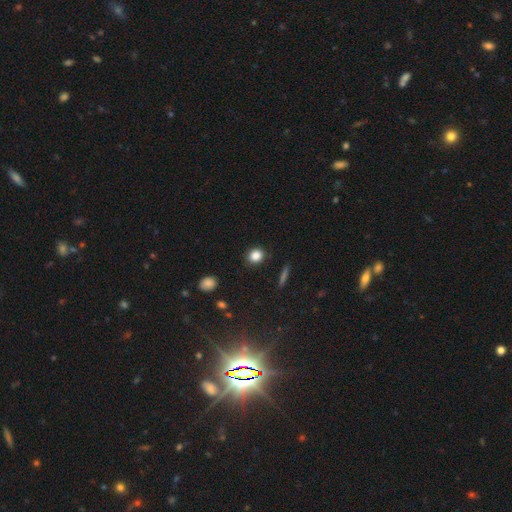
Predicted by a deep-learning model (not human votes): Smooth or featured: smooth — 85% (star or artifact — 10%)
How rounded: round — 73% (in between — 26%)
Merging: none — 88% (minor disturbance — 8%)